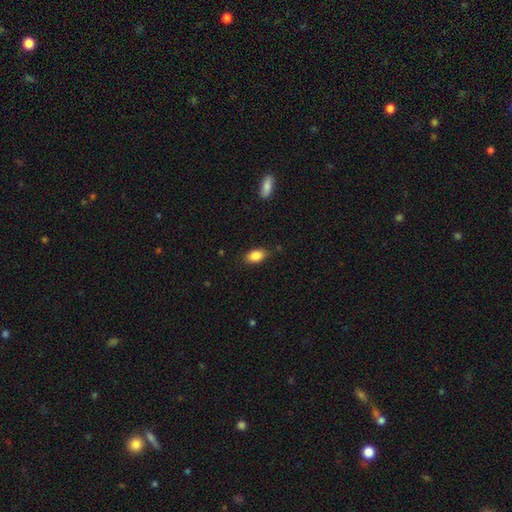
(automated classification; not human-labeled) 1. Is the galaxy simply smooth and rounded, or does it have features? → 87% smooth, 8% star or artifact, 5% featured or disk.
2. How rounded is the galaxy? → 90% in between, 7% round, 3% cigar-shaped.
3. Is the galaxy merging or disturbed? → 84% none, 12% minor disturbance, 3% major disturbance, 1% merger.